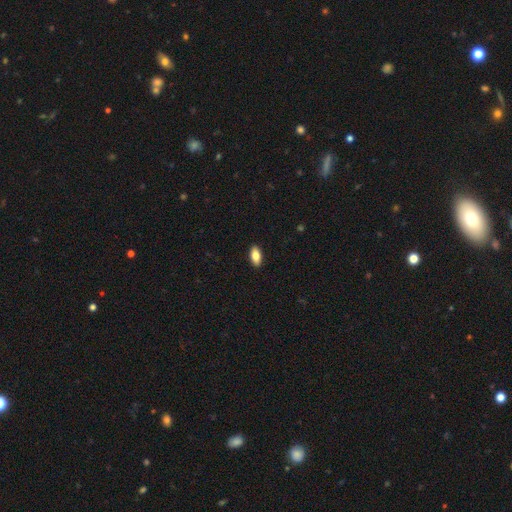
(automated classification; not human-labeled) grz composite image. It shows a smooth galaxy with no disk features (81%) that is in between round and cigar-shaped (89%). Merging: none (91%).